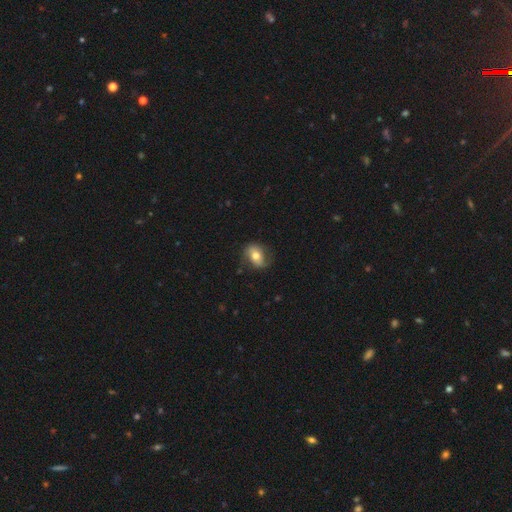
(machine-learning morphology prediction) Smooth or featured? Predicted: smooth (p=0.55). How rounded? Predicted: in between (p=0.72). Merging? Predicted: none (p=0.69).